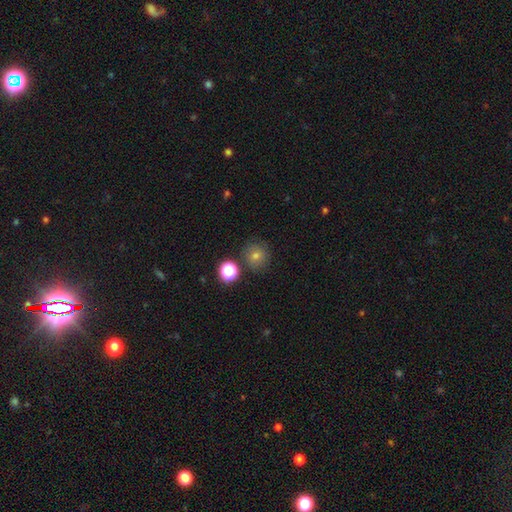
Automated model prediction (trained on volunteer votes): The model was most divided on "smooth or featured": smooth: 70%, star or artifact: 20%, featured or disk: 10%. More confident: how rounded — round (92%); merging — none (83%).